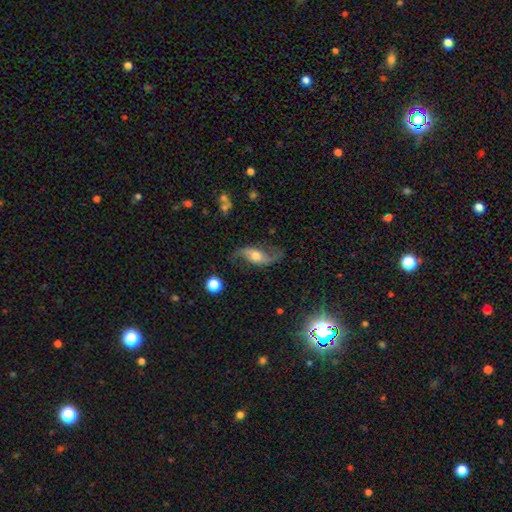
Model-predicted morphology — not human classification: type=featured or disk (81%); edge-on=no (90%); bar=no (57%); spiral arms=yes (94%); winding=loose (85%); arm count=2 (93%); bulge=moderate (66%); merging=none (71%).